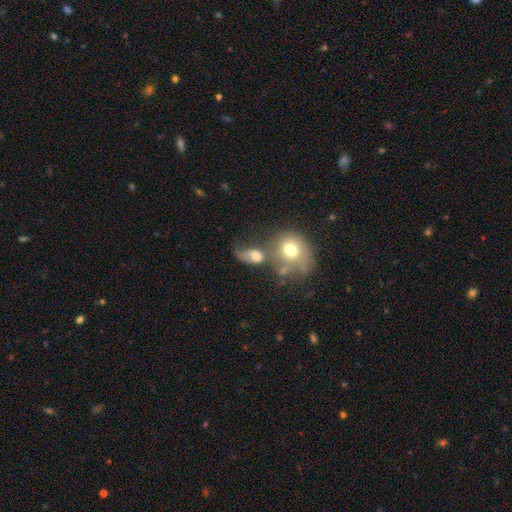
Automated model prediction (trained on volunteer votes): A smooth galaxy with no disk features (67%) that is in between round and cigar-shaped (66%). Merging: merger (48%).